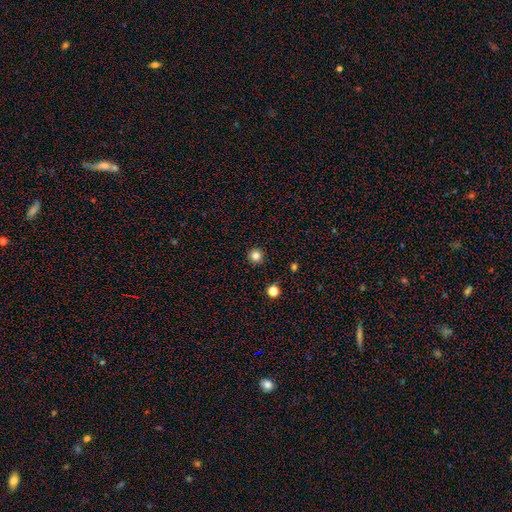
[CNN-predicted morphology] Smooth or featured: smooth — 82% (star or artifact — 13%)
How rounded: round — 96% (in between — 3%)
Merging: none — 92% (minor disturbance — 5%)